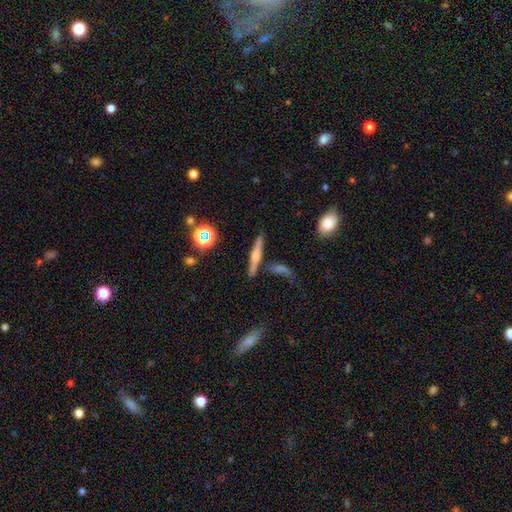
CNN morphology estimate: Smooth or featured?
  - featured or disk: 54% *
  - smooth: 36%
  - star or artifact: 11%
Edge-on disk?
  - yes: 93% *
  - no: 7%
Edge-on bulge?
  - rounded: 73% *
  - boxy: 16%
  - none: 11%
Merging?
  - none: 76% *
  - minor disturbance: 11%
  - merger: 9%
  - major disturbance: 4%